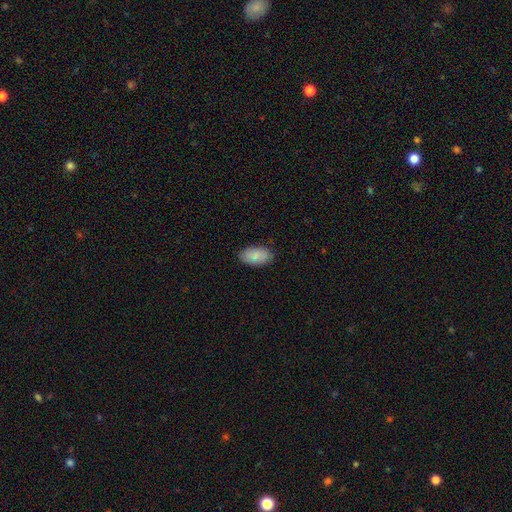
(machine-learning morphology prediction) This appears to be a smooth galaxy with no disk features (88%) that is in between round and cigar-shaped (95%). Merging: none (86%).